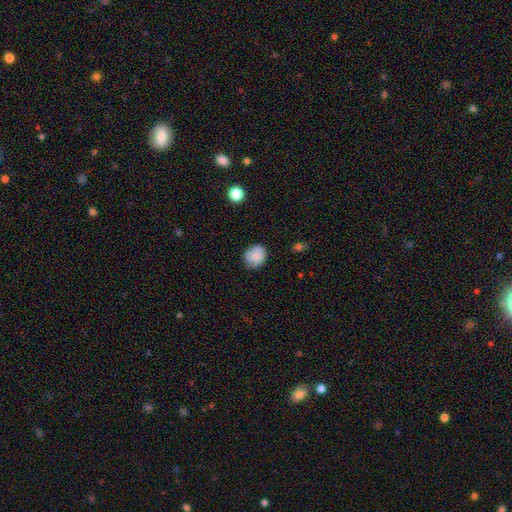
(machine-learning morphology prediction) Smooth or featured? smooth (82%)
How rounded? round (73%)
Merging? none (75%)